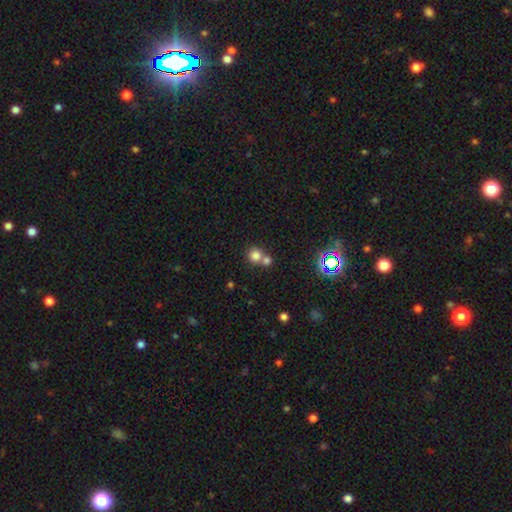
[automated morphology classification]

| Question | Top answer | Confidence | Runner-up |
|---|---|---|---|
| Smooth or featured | smooth | 78% | star or artifact (14%) |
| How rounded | round | 90% | in between (9%) |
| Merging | none | 49% | merger (42%) |